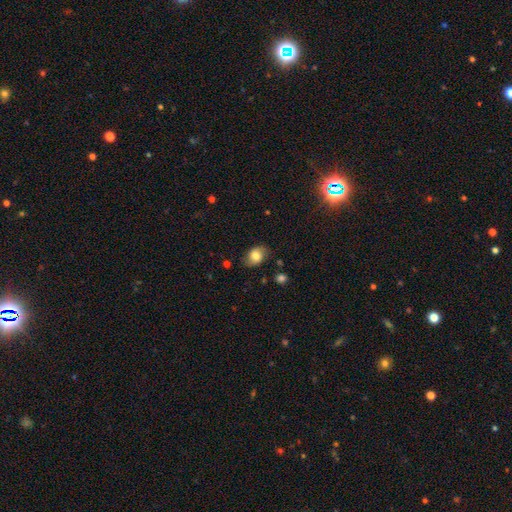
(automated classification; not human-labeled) This is likely a smooth galaxy (77%). How rounded: likely in between (76%). Merging: likely none (77%).